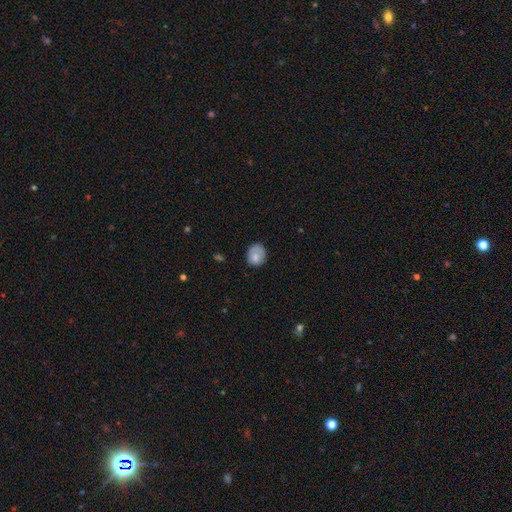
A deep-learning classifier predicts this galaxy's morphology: This appears to be a smooth galaxy with no disk features (74%) that is round (62%). Merging: none (64%).